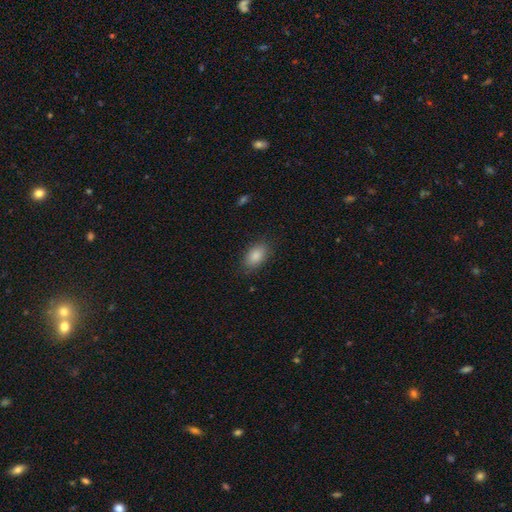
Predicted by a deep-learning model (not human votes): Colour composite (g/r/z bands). It shows a smooth galaxy with no disk features (87%) that is in between round and cigar-shaped (89%). Merging: none (84%).